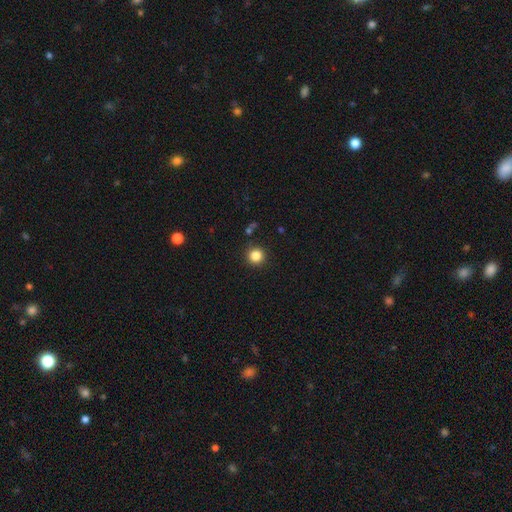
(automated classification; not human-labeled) Smooth or featured: smooth — 84% (star or artifact — 12%)
How rounded: round — 95% (in between — 4%)
Merging: none — 90% (minor disturbance — 6%)